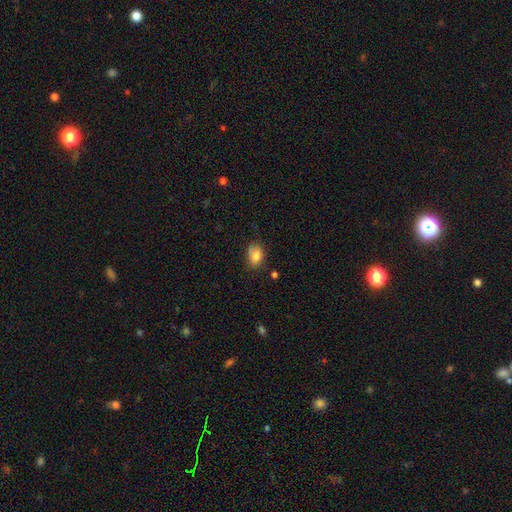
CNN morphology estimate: This appears to be a smooth galaxy with no disk features (81%) that is in between round and cigar-shaped (76%). Merging: none (61%).